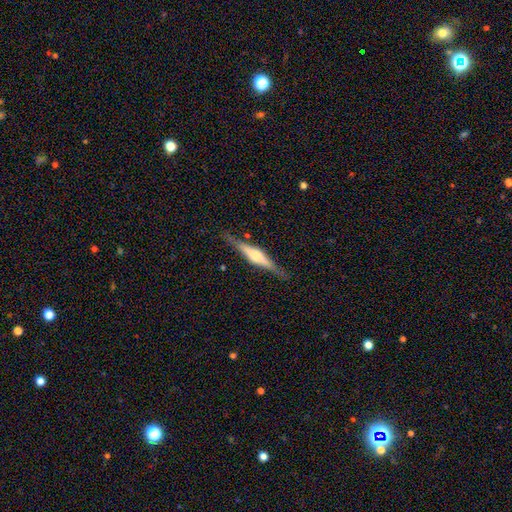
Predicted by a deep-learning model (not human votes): Overall: featured or disk (72%). Edge-on disk: yes (97%). Edge-on bulge: rounded (76%). Merging: none (85%).